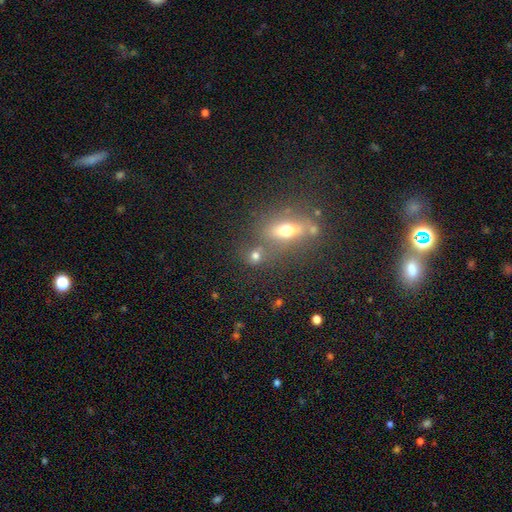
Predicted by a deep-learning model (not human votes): Smooth or featured? smooth (66%)
How rounded? round (61%)
Merging? none (60%)